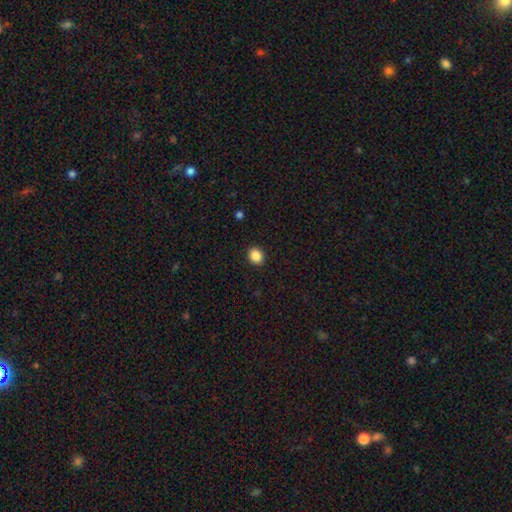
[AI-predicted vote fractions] The model was most divided on "how rounded": round: 63%, in between: 36%, cigar-shaped: 1%. More confident: merging — none (92%); smooth or featured — smooth (87%).